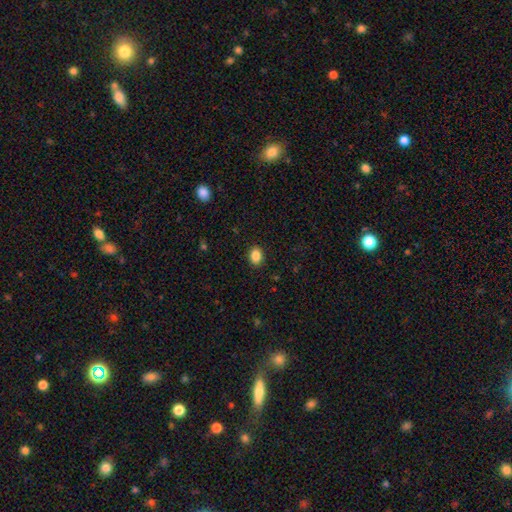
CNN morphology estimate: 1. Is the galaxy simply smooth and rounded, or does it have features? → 87% smooth, 9% star or artifact, 4% featured or disk.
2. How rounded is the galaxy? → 73% in between, 26% round, 1% cigar-shaped.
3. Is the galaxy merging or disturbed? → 90% none, 7% minor disturbance, 2% major disturbance, 1% merger.